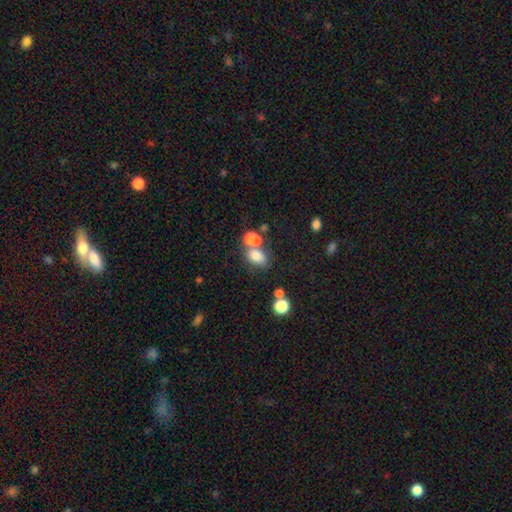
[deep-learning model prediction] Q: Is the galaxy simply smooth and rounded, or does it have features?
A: smooth — 77%.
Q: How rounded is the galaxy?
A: in between — 73%.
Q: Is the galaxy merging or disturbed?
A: none — 44%.